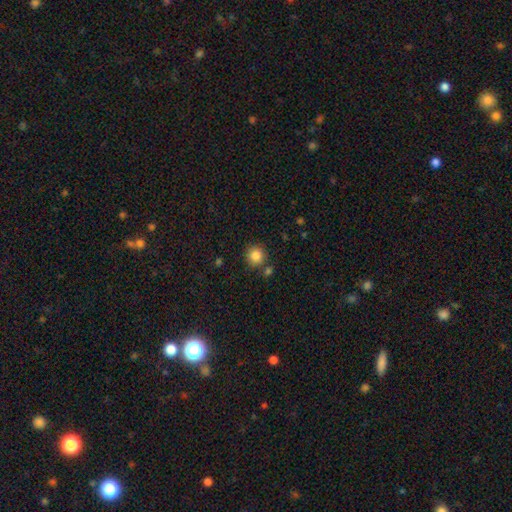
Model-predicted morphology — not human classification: The model was most divided on "merging": none: 82%, minor disturbance: 8%, merger: 7%, major disturbance: 3%. More confident: how rounded — round (92%); smooth or featured — smooth (86%).